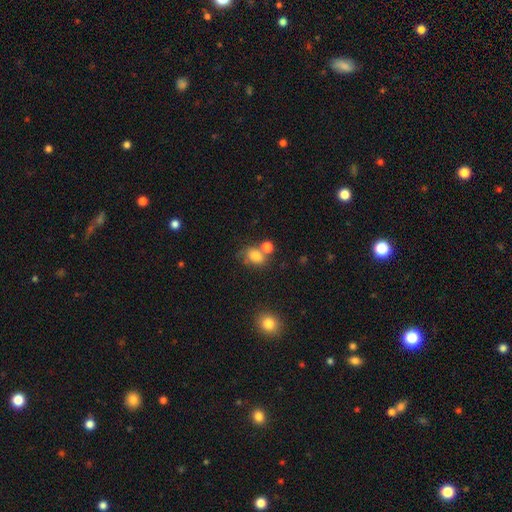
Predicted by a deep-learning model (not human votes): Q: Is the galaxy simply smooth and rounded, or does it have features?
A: smooth — 79%.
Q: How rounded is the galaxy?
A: in between — 62%.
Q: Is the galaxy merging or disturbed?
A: none — 47%.